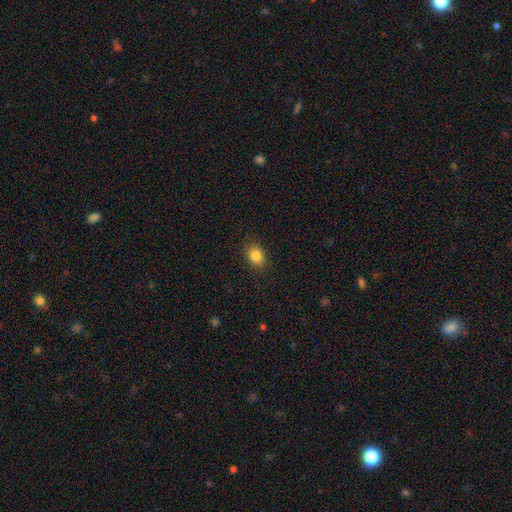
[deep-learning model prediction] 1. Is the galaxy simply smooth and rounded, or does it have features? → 85% smooth, 10% star or artifact, 5% featured or disk.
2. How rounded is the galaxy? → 58% in between, 41% round, 1% cigar-shaped.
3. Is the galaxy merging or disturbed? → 87% none, 9% minor disturbance, 3% major disturbance, 1% merger.